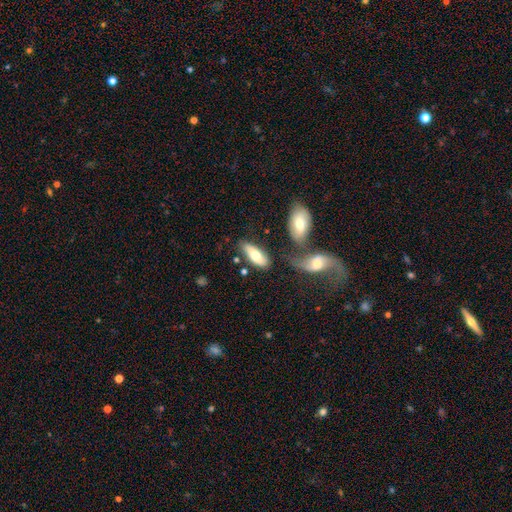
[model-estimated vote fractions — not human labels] The model was most divided on "merging": none: 58%, minor disturbance: 19%, merger: 16%, major disturbance: 7%. More confident: how rounded — in between (81%); smooth or featured — smooth (71%).